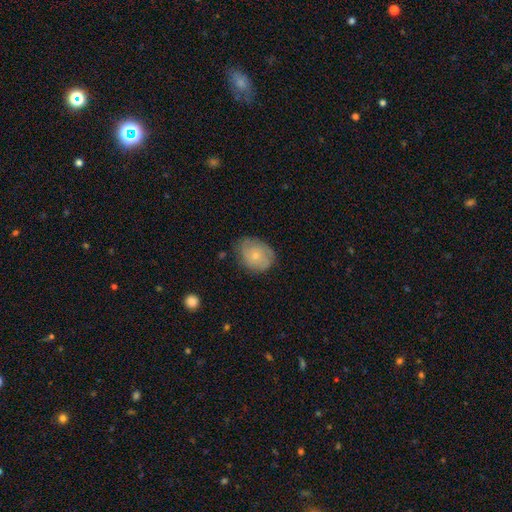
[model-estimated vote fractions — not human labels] smooth 58%, featured or disk 34%, star or artifact 7%. Down the decision tree: how rounded — round (54%); merging — none (70%).